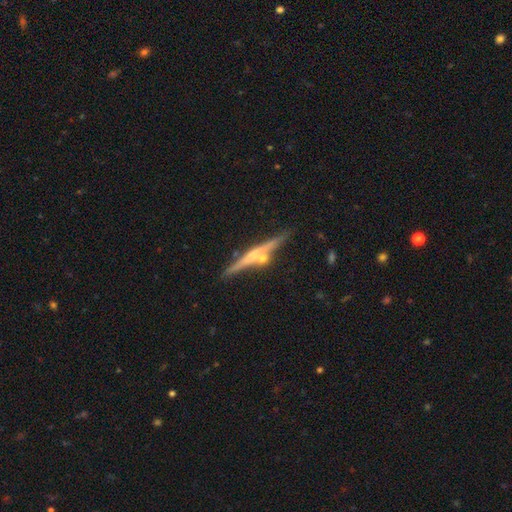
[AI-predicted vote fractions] This appears to be a featured or disk galaxy (70%) viewed edge-on (97%) with a rounded central bulge (71%). Merging: none (76%).